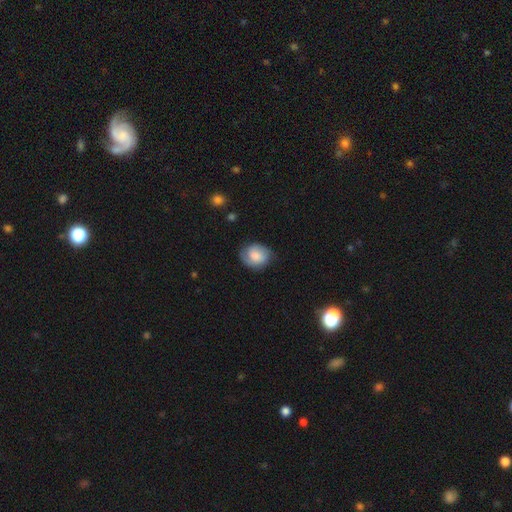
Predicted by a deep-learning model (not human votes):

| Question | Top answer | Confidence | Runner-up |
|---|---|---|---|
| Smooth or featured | smooth | 63% | featured or disk (29%) |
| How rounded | round | 59% | in between (40%) |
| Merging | none | 71% | minor disturbance (22%) |